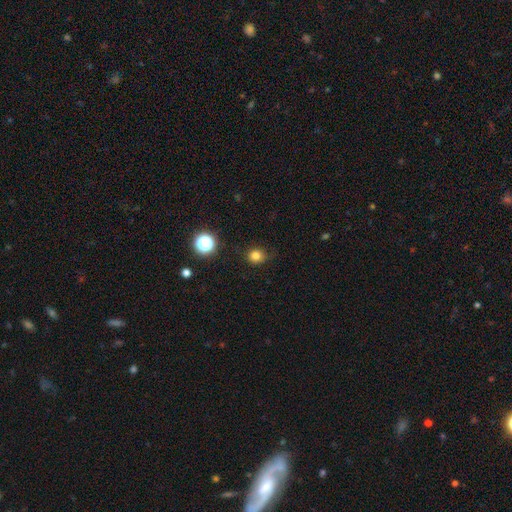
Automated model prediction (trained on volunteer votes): Smooth or featured?
  - smooth: 80% *
  - star or artifact: 15%
  - featured or disk: 4%
How rounded?
  - round: 85% *
  - in between: 14%
  - cigar-shaped: 1%
Merging?
  - none: 83% *
  - minor disturbance: 12%
  - major disturbance: 3%
  - merger: 1%